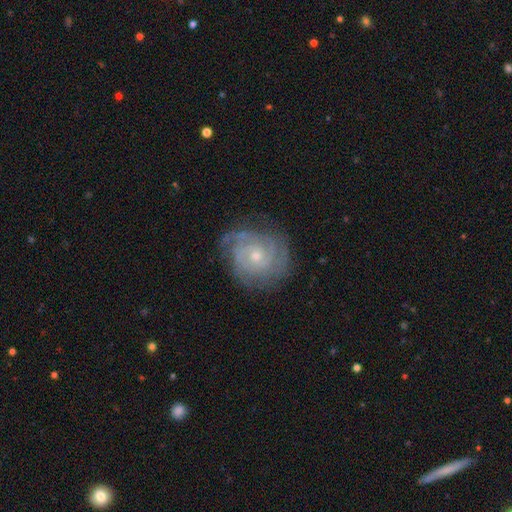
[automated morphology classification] smooth-or-featured: featured or disk: 86% | smooth: 8% | star or artifact: 6%
  disk-edge-on: no: 98% | yes: 2%
    bar: no: 75% | weak: 21% | strong: 4%
    has-spiral-arms: yes: 97% | no: 3%
      spiral-winding: tight: 74% | medium: 22% | loose: 4%
      spiral-arm-count: 3: 26% (tied) | can't tell: 26% (tied) | 2: 21% | 4: 14% | more than 4: 6% | 1: 6%
    bulge-size: small: 62% | moderate: 35% | none: 1% | large: 1% | dominant: 1%
  merging: none: 77% | minor disturbance: 17% | major disturbance: 5% | merger: 1%